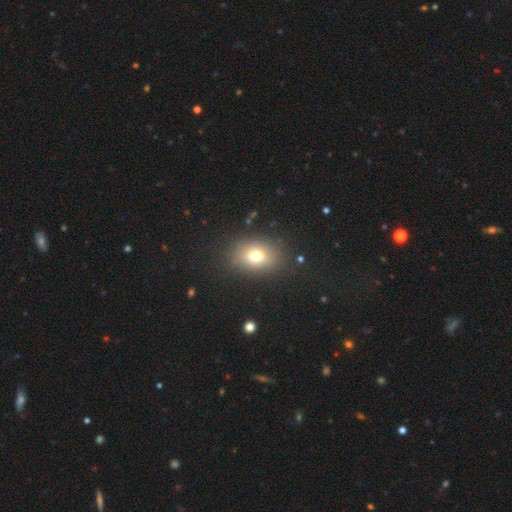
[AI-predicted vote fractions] Smooth or featured: smooth — 73% (star or artifact — 14%)
How rounded: in between — 68% (round — 31%)
Merging: none — 85% (minor disturbance — 9%)